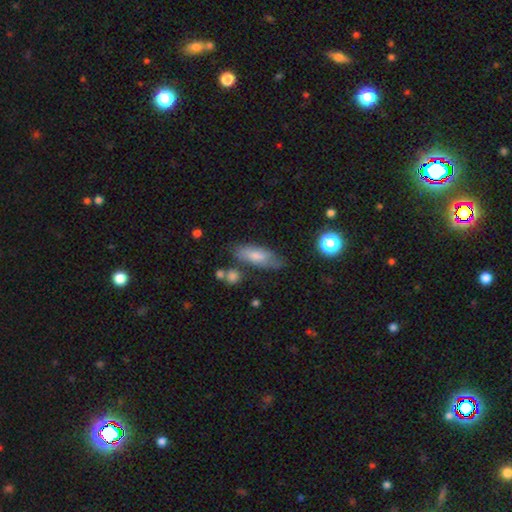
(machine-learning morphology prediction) Smooth or featured: smooth — 68% (featured or disk — 25%)
How rounded: in between — 65% (cigar-shaped — 32%)
Merging: none — 69% (minor disturbance — 20%)